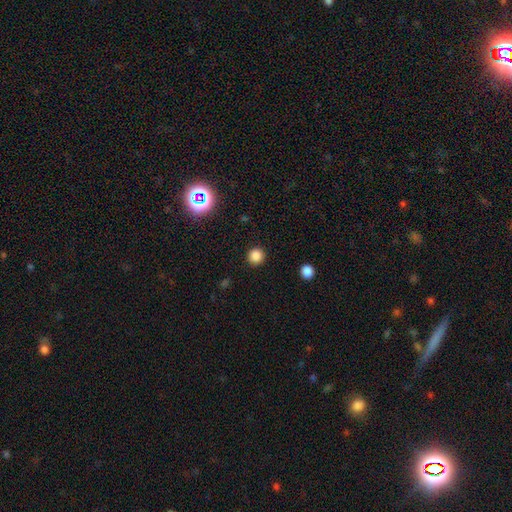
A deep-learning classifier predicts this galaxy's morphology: The model was most divided on "smooth or featured": smooth: 83%, star or artifact: 13%, featured or disk: 4%. More confident: how rounded — round (94%); merging — none (92%).